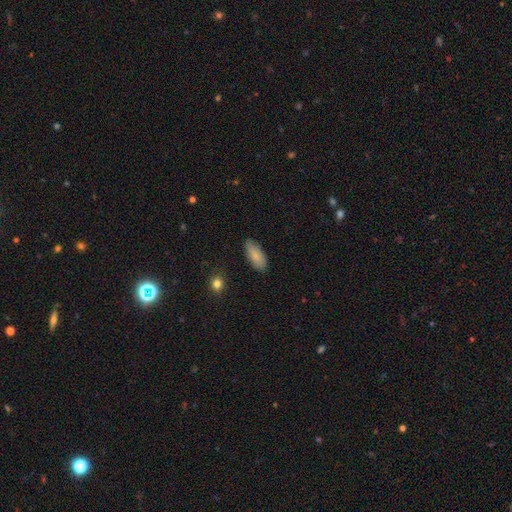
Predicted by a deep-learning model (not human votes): Smooth or featured?
  - smooth: 81% *
  - featured or disk: 12%
  - star or artifact: 6%
How rounded?
  - in between: 86% *
  - cigar-shaped: 12%
  - round: 2%
Merging?
  - none: 79% *
  - minor disturbance: 17%
  - major disturbance: 3%
  - merger: 1%